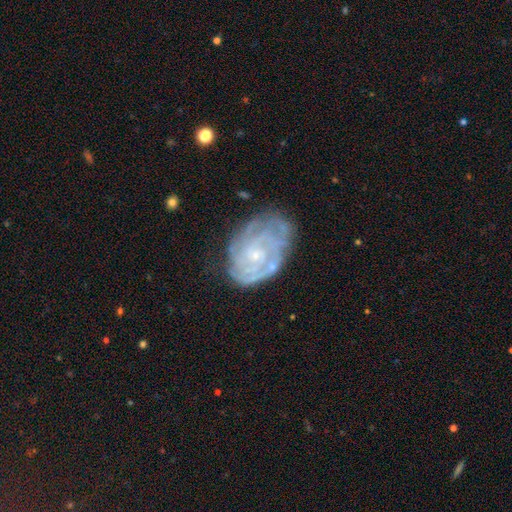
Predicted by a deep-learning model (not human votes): This is clearly a featured or disk galaxy (82%). It is clearly not viewed edge-on (97%). Bar: likely no (76%). Spiral arm pattern: clearly yes (92%). Spiral arm count: marginally can't tell (40%). Spiral winding: likely tight (74%). Central bulge: likely small (78%). Merging: likely none (65%).